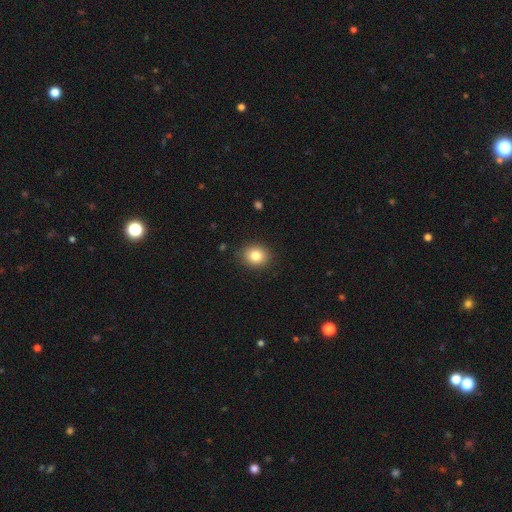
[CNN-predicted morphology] A smooth galaxy with no disk features (83%) that is round (71%). Merging: none (89%).